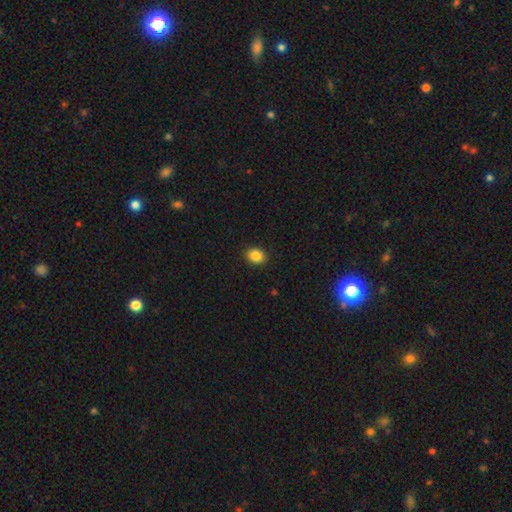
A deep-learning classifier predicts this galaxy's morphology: type=smooth (86%); roundness=in between (56%); merging=none (90%).